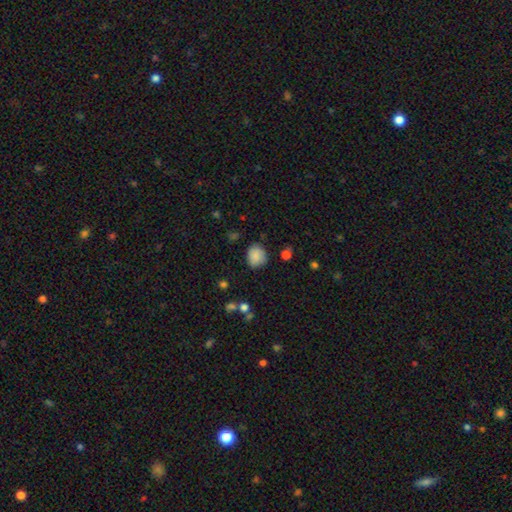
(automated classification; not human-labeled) A smooth galaxy with no disk features (85%) that is round (69%). Merging: none (76%).